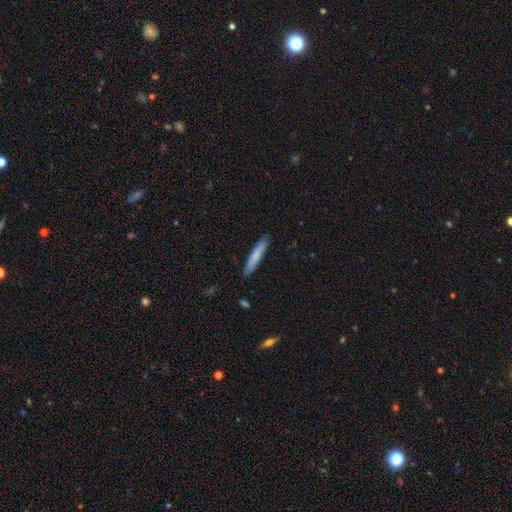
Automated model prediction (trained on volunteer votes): smooth_or_featured: smooth (p=0.77) [alt: featured or disk p=0.18]
how_rounded: cigar-shaped (p=0.94) [alt: in between p=0.05]
merging: none (p=0.90) [alt: minor disturbance p=0.07]